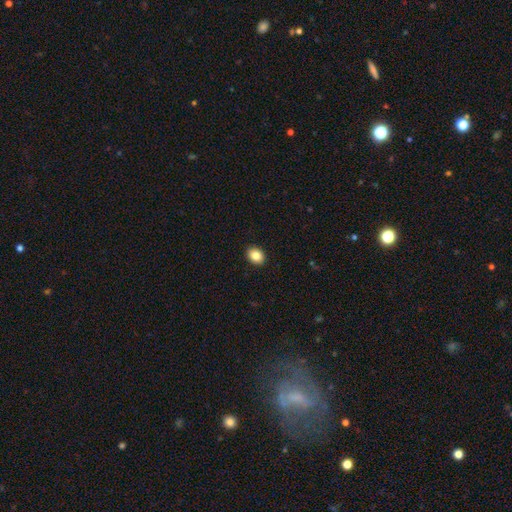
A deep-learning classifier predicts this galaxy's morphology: smooth-or-featured: smooth: 86% | star or artifact: 8% | featured or disk: 6%
  how-rounded: in between: 60% | round: 39% | cigar-shaped: 1%
  merging: none: 92% | minor disturbance: 6% | major disturbance: 2% | merger: 1%